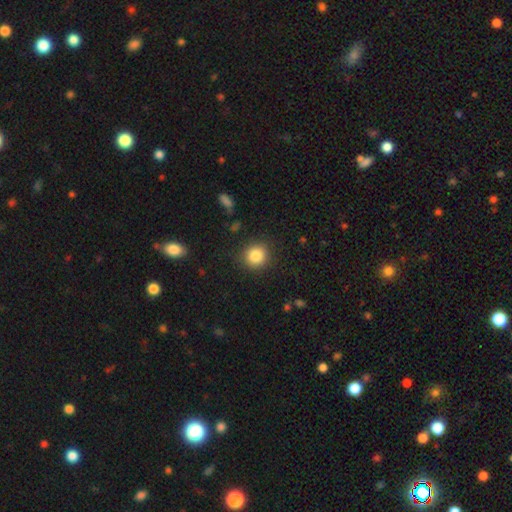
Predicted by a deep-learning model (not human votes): smooth-or-featured: smooth: 85% | star or artifact: 10% | featured or disk: 5%
  how-rounded: round: 88% | in between: 11% | cigar-shaped: 1%
  merging: none: 88% | minor disturbance: 8% | major disturbance: 3% | merger: 1%